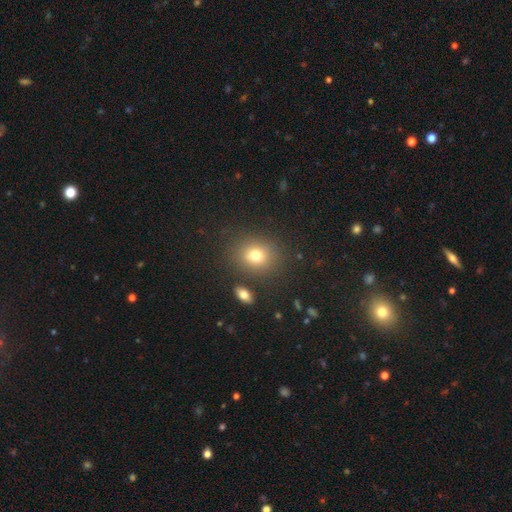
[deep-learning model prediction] smooth 75%, star or artifact 14%, featured or disk 11%. Down the decision tree: how rounded — round (66%); merging — none (82%).